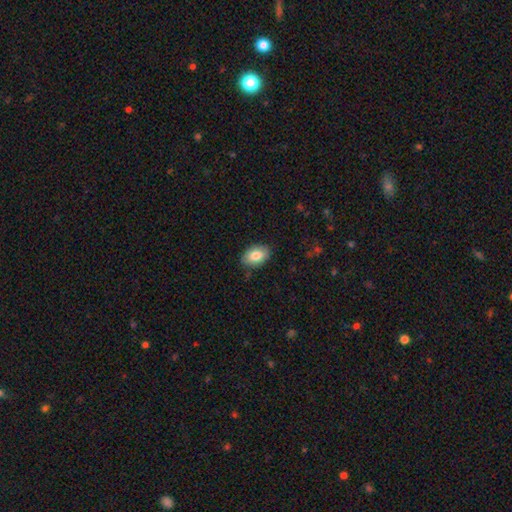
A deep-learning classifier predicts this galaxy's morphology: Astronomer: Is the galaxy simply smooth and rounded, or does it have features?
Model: smooth — 80%.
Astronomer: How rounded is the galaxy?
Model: in between — 89%.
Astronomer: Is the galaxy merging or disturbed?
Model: none — 85%.